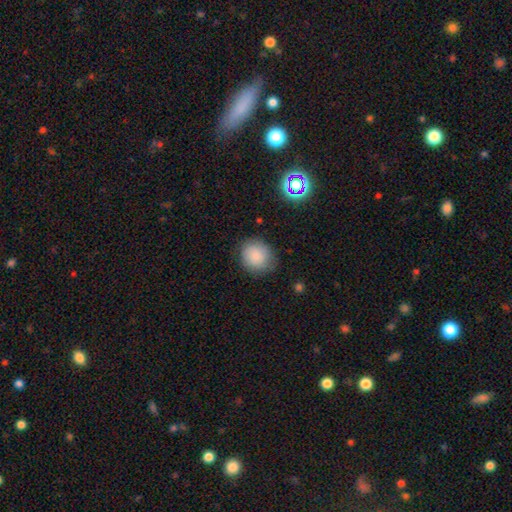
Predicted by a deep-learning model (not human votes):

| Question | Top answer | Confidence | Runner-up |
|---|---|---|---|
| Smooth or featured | smooth | 83% | featured or disk (9%) |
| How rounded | round | 82% | in between (17%) |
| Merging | none | 80% | minor disturbance (15%) |